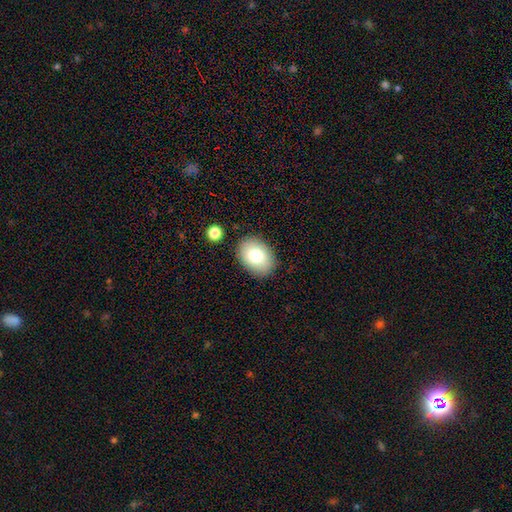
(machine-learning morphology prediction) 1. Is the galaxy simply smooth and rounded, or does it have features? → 80% smooth, 12% featured or disk, 8% star or artifact.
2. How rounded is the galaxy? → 79% in between, 20% round, 1% cigar-shaped.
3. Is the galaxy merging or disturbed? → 86% none, 9% minor disturbance, 2% merger, 2% major disturbance.